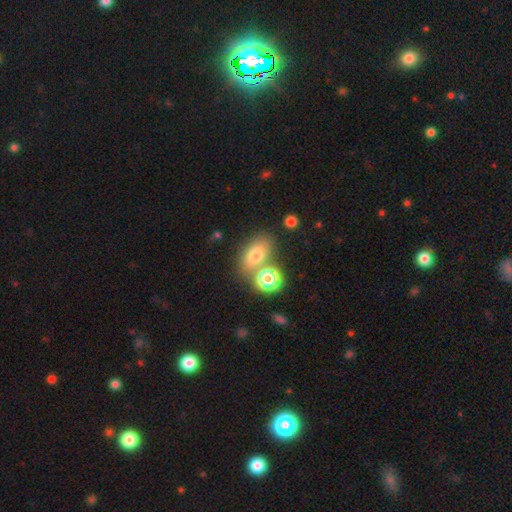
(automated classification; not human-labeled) The model was most divided on "merging": none: 60%, merger: 23%, minor disturbance: 12%, major disturbance: 5%. More confident: how rounded — in between (77%); smooth or featured — smooth (70%).